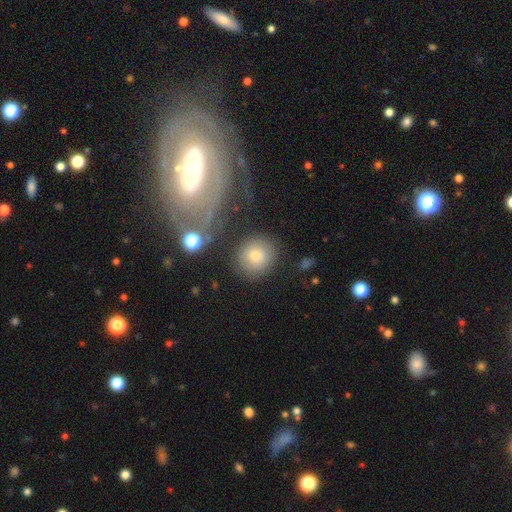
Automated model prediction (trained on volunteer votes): This appears to be a smooth galaxy with no disk features (79%) that is round (87%). Merging: none (80%).